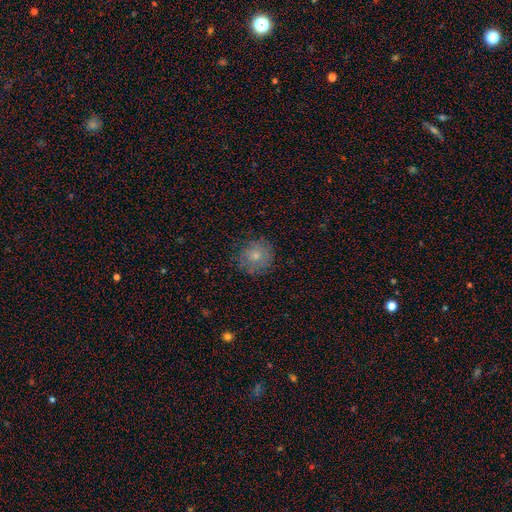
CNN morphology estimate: type=smooth (74%); roundness=round (91%); merging=none (80%).